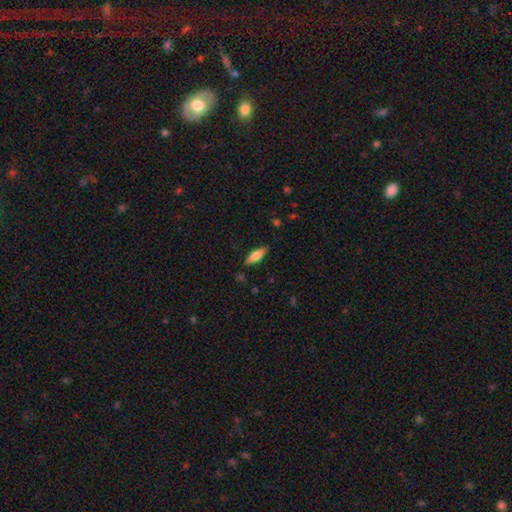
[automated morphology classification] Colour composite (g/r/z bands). It shows a smooth galaxy with no disk features (62%) that is in between round and cigar-shaped (52%). Merging: none (86%).